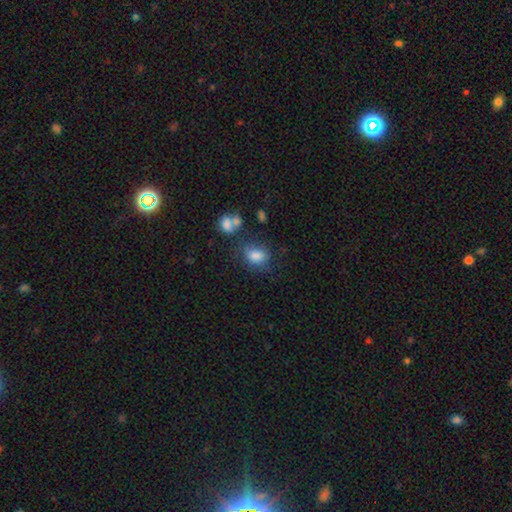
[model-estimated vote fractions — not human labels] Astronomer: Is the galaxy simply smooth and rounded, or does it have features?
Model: smooth — 82%.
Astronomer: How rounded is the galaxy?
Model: in between — 63%.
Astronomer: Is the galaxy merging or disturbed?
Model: none — 61%.